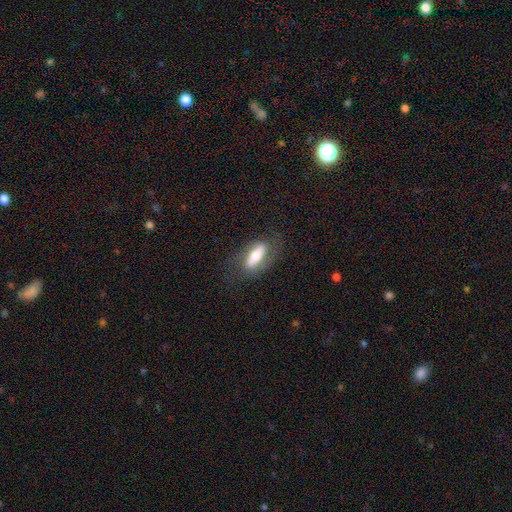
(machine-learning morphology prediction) smooth_or_featured: smooth (p=0.52) [alt: featured or disk p=0.41]
how_rounded: in between (p=0.71) [alt: cigar-shaped p=0.26]
merging: none (p=0.71) [alt: minor disturbance p=0.18]